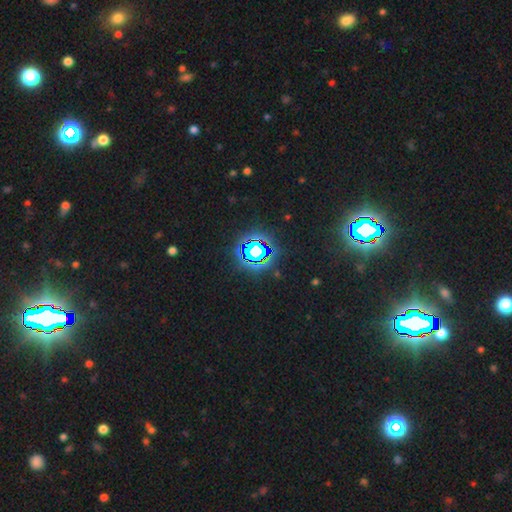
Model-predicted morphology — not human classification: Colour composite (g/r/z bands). It shows a star or artifact, not a galaxy (84%).